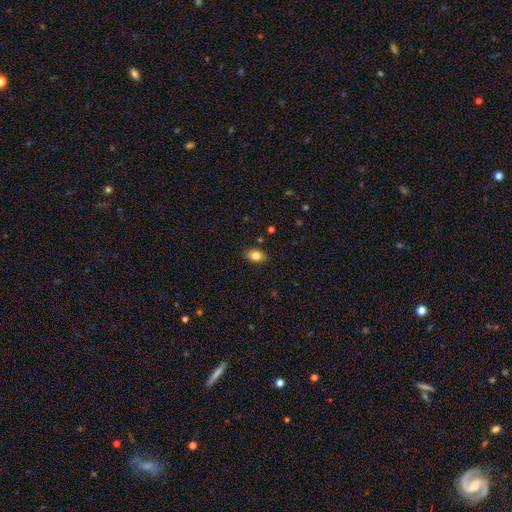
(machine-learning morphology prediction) smooth 84%, star or artifact 9%, featured or disk 7%. Down the decision tree: how rounded — in between (86%); merging — none (87%).